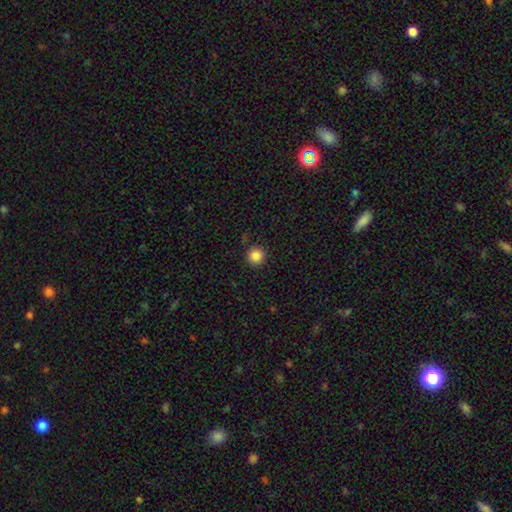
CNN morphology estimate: A smooth galaxy with no disk features (86%) that is round (95%).

Vote fractions:
- Smooth or featured? smooth: 86% / star or artifact: 11% / featured or disk: 3%
- How rounded? round: 95% / in between: 4% / cigar-shaped: 1%
- Merging? none: 90% / minor disturbance: 7% / major disturbance: 2% / merger: 2%